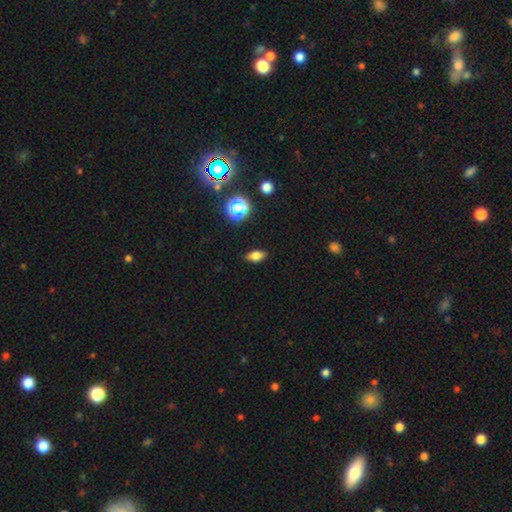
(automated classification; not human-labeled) smooth 75%, star or artifact 13%, featured or disk 12%. Down the decision tree: how rounded — in between (82%); merging — none (87%).